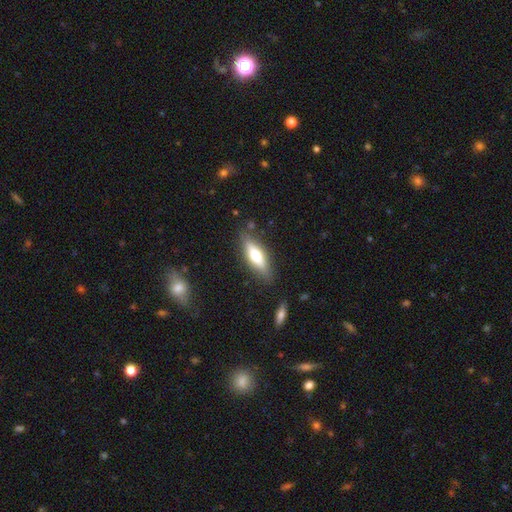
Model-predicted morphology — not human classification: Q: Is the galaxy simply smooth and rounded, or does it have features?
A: smooth — 53%.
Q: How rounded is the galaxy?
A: cigar-shaped — 52%.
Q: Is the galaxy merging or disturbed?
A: none — 83%.